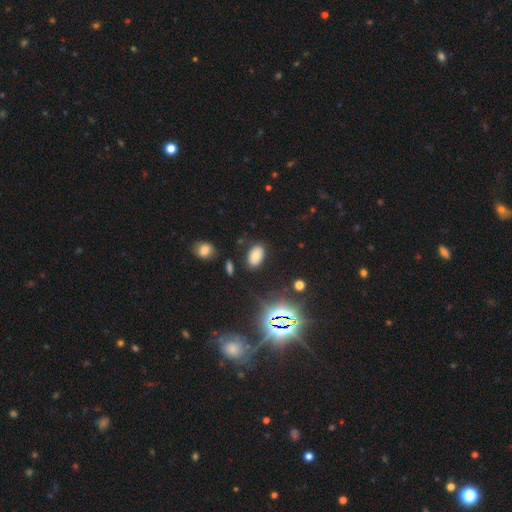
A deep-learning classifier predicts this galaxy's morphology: Smooth or featured? Predicted: smooth (p=0.67). How rounded? Predicted: in between (p=0.92). Merging? Predicted: none (p=0.83).